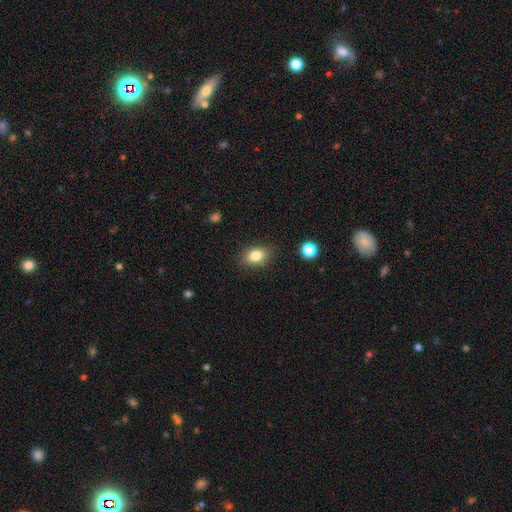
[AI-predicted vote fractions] Q: Smooth or featured?
A: smooth (83%); runner-up: star or artifact (9%)
Q: How rounded?
A: in between (79%); runner-up: round (19%)
Q: Merging?
A: none (82%); runner-up: minor disturbance (13%)